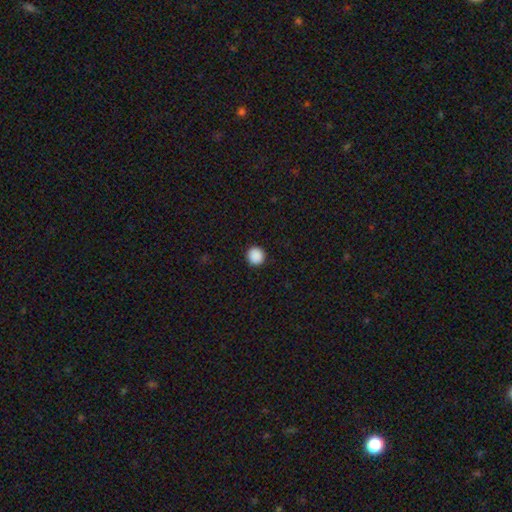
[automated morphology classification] This is clearly a smooth galaxy (89%). How rounded: clearly round (95%). Merging: clearly none (93%).